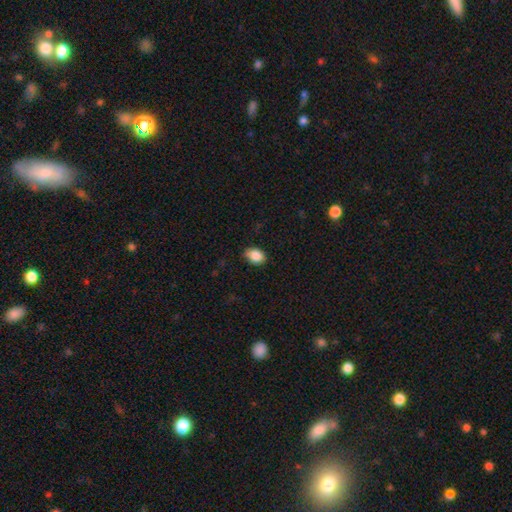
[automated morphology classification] A smooth galaxy with no disk features (86%) that is in between round and cigar-shaped (71%).

Vote fractions:
- Smooth or featured? smooth: 86% / star or artifact: 8% / featured or disk: 5%
- How rounded? in between: 71% / round: 28% / cigar-shaped: 1%
- Merging? none: 70% / minor disturbance: 25% / major disturbance: 4% / merger: 1%